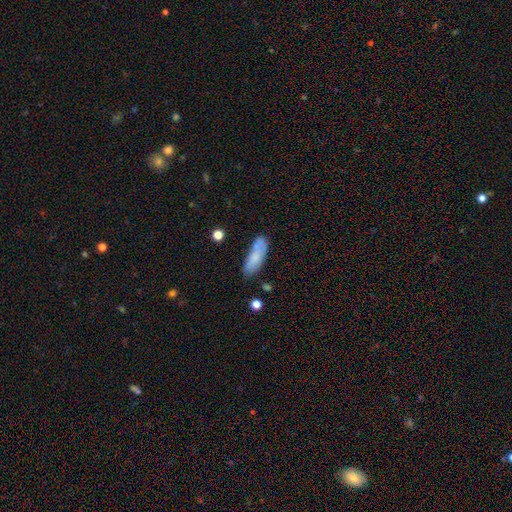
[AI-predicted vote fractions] This appears to be a smooth galaxy with no disk features (75%) that is in between round and cigar-shaped (61%). Merging: none (58%).